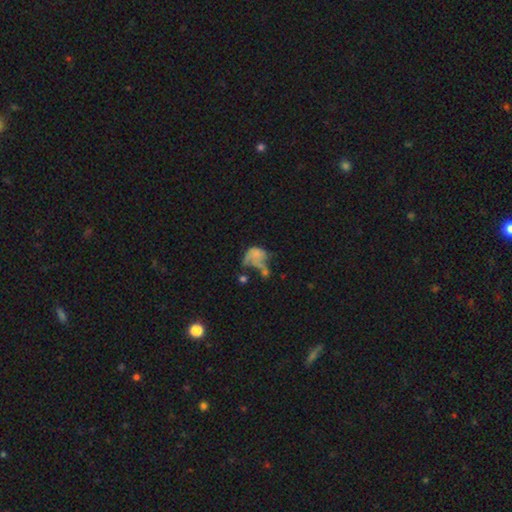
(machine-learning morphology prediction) This appears to be a featured or disk galaxy (44%). Merging: major disturbance (40%).